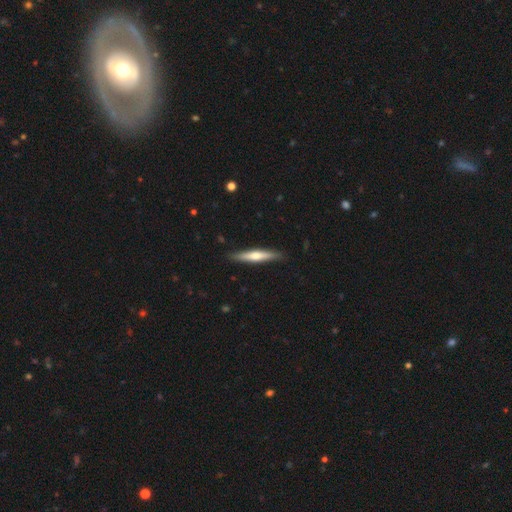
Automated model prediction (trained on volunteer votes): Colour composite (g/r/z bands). It shows a smooth galaxy with no disk features (48%). Merging: none (89%).